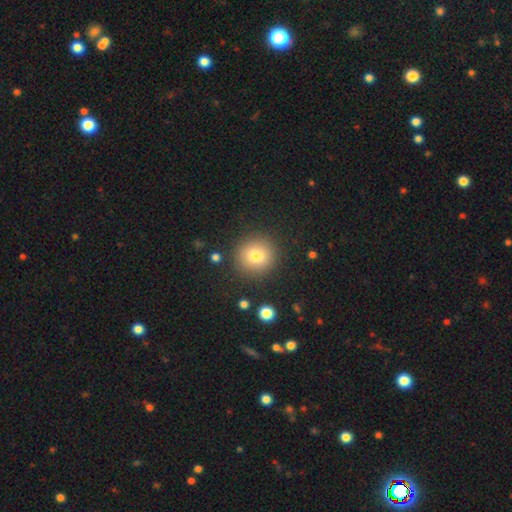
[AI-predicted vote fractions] A smooth galaxy with no disk features (76%) that is round (92%). Merging: none (88%).